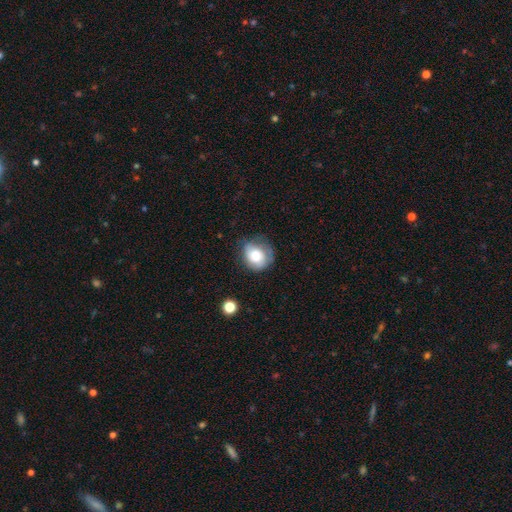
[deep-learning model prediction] Smooth or featured?
  - smooth: 67% *
  - featured or disk: 24%
  - star or artifact: 8%
How rounded?
  - round: 73% *
  - in between: 26%
  - cigar-shaped: 1%
Merging?
  - none: 57% *
  - minor disturbance: 30%
  - major disturbance: 12%
  - merger: 2%